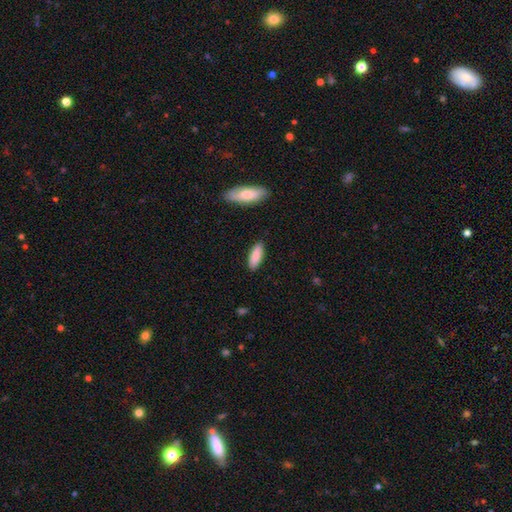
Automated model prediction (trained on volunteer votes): smooth-or-featured: smooth: 87% | featured or disk: 7% | star or artifact: 6%
  how-rounded: in between: 63% | cigar-shaped: 35% | round: 2%
  merging: none: 87% | minor disturbance: 9% | major disturbance: 2% | merger: 2%